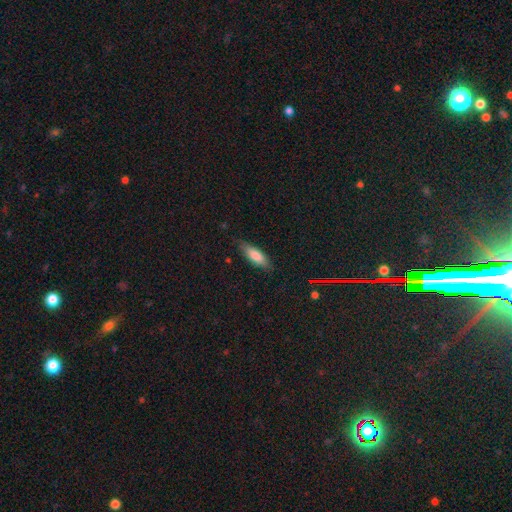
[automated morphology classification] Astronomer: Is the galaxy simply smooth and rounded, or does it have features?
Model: smooth — 81%.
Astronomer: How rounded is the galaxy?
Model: in between — 56% (runner-up: cigar-shaped, 42%).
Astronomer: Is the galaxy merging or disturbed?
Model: none — 81%.